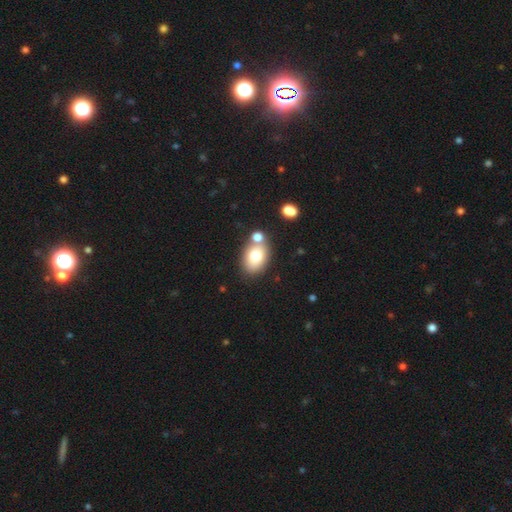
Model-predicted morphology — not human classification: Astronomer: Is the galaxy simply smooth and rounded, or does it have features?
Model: smooth — 76%.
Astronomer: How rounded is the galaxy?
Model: in between — 79%.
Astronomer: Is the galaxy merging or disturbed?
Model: none — 62%.